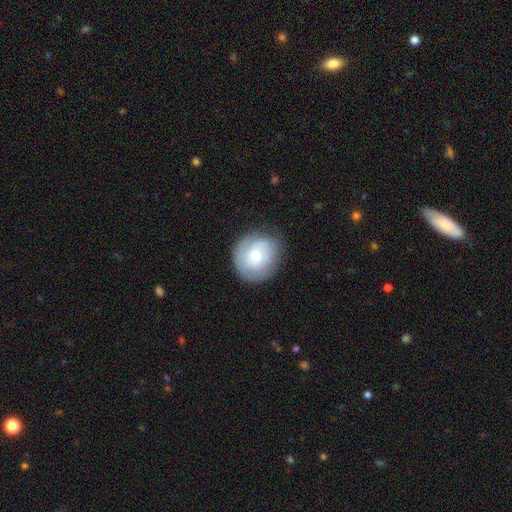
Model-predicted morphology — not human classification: A smooth galaxy with no disk features (60%) that is round (80%).

Vote fractions:
- Smooth or featured? smooth: 60% / featured or disk: 33% / star or artifact: 7%
- How rounded? round: 80% / in between: 19% / cigar-shaped: 1%
- Merging? none: 70% / minor disturbance: 21% / major disturbance: 7% / merger: 1%